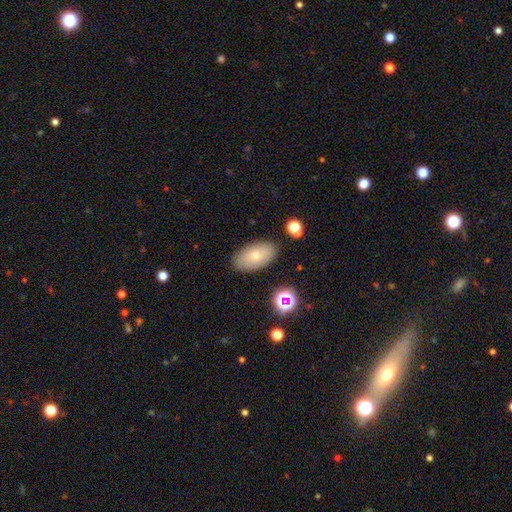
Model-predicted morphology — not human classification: A smooth galaxy with no disk features (72%) that is in between round and cigar-shaped (93%). Merging: none (85%).